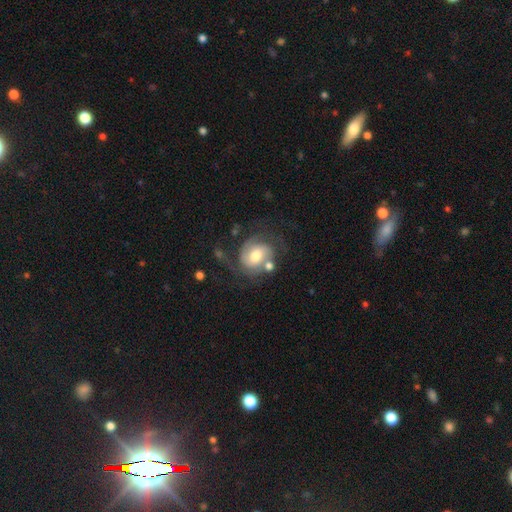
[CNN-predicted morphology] Smooth or featured?
  - featured or disk: 75% *
  - smooth: 19%
  - star or artifact: 6%
Edge-on disk?
  - no: 98% *
  - yes: 2%
Bar?
  - no: 48% *
  - weak: 41%
  - strong: 11%
Spiral arms?
  - yes: 92% *
  - no: 8%
Spiral winding?
  - medium: 43% *
  - tight: 40%
  - loose: 17%
Spiral arm count?
  - 2: 68% *
  - can't tell: 14%
  - 3: 9%
  - 1: 6%
  - 4: 2%
  - more than 4: 2%
Bulge size?
  - moderate: 65% *
  - large: 17%
  - small: 15%
  - none: 2%
  - dominant: 2%
Merging?
  - none: 52% *
  - minor disturbance: 20%
  - major disturbance: 18%
  - merger: 10%